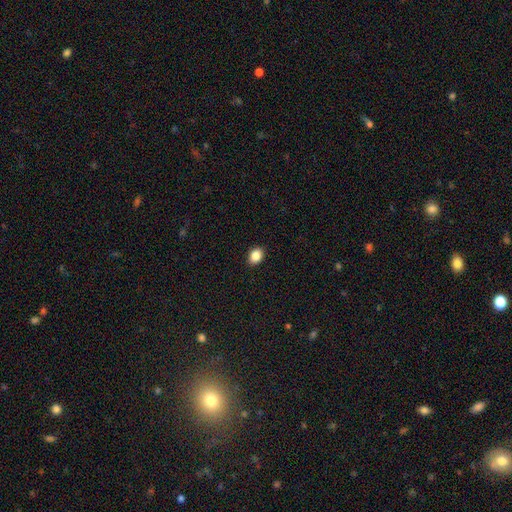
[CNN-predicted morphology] Smooth or featured: smooth — 86% (star or artifact — 9%)
How rounded: in between — 66% (round — 33%)
Merging: none — 90% (minor disturbance — 7%)